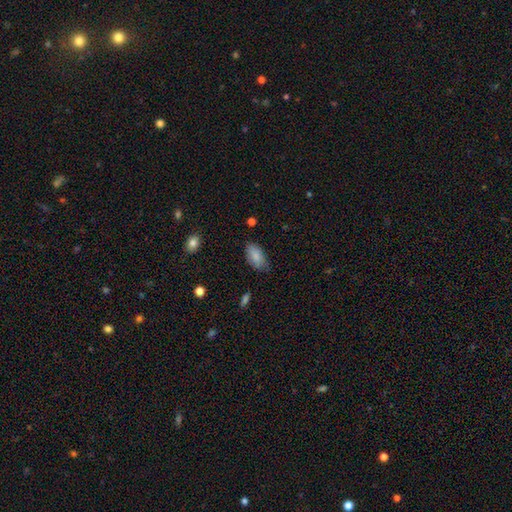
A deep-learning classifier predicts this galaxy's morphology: Smooth or featured? Predicted: smooth (p=0.85). How rounded? Predicted: in between (p=0.93). Merging? Predicted: none (p=0.74).